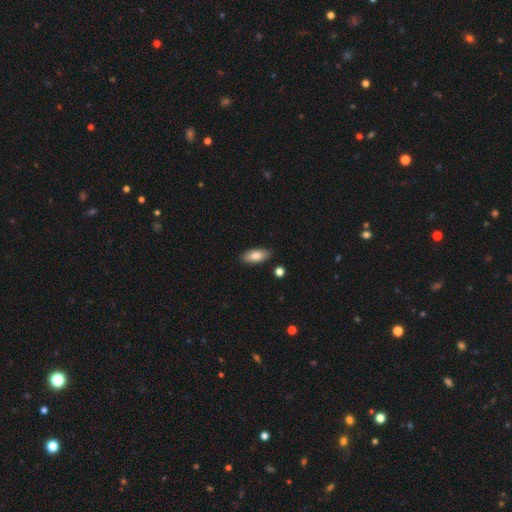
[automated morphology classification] smooth-or-featured: smooth: 81% | featured or disk: 12% | star or artifact: 6%
  how-rounded: in between: 87% | cigar-shaped: 11% | round: 2%
  merging: none: 87% | minor disturbance: 9% | merger: 2% | major disturbance: 2%